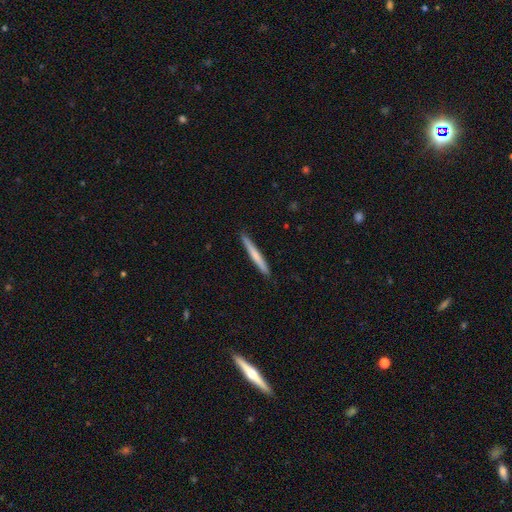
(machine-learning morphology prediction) Smooth or featured? smooth (59%)
How rounded? cigar-shaped (97%)
Merging? none (90%)